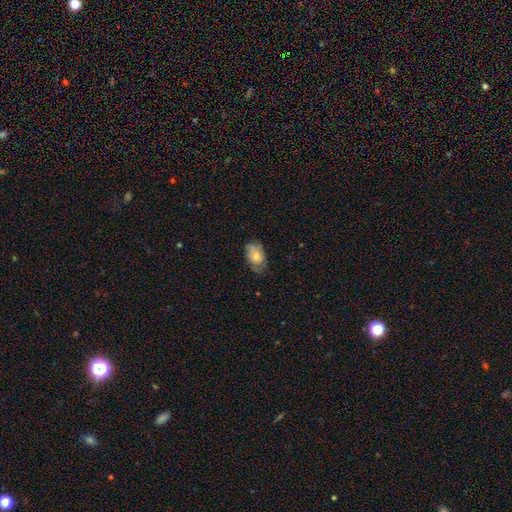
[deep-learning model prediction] Morphology: type=smooth (74%); roundness=in between (89%); merging=none (63%).